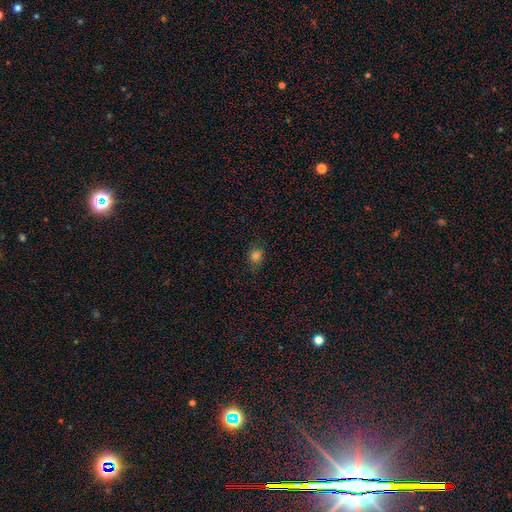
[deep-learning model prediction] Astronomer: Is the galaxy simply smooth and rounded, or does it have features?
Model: smooth — 79%.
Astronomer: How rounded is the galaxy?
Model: round — 70%.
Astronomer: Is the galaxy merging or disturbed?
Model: none — 82%.